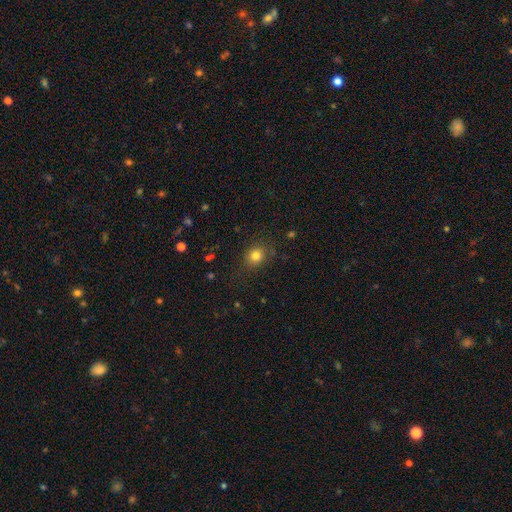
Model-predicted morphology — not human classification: This appears to be a smooth galaxy with no disk features (80%) that is round (73%). Merging: none (82%).